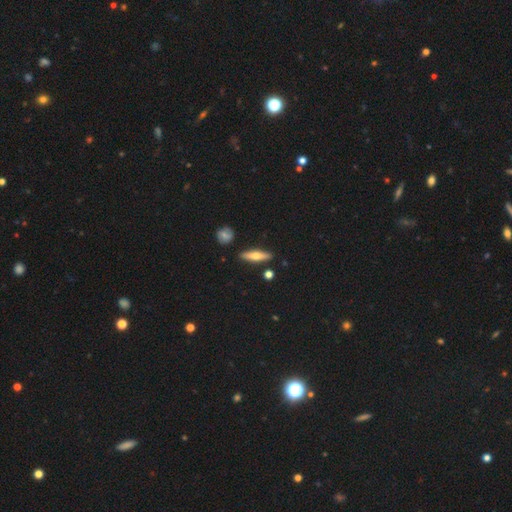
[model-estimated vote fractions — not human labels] The model was most divided on "smooth or featured": smooth: 51%, featured or disk: 43%, star or artifact: 7%. More confident: merging — none (87%); how rounded — cigar-shaped (76%).